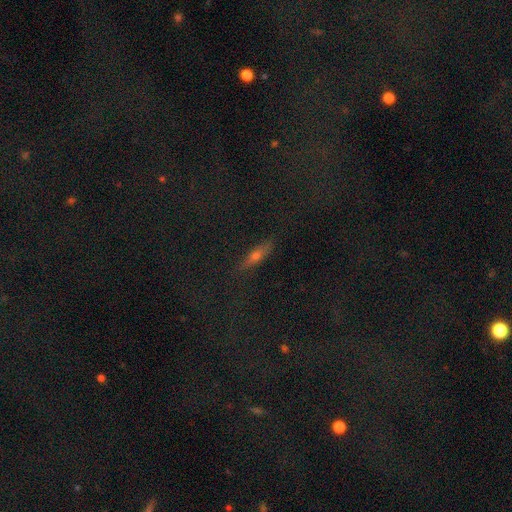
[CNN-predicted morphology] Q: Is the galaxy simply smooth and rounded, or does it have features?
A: featured or disk — 43%, tied with smooth.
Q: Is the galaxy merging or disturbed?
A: none — 88%.